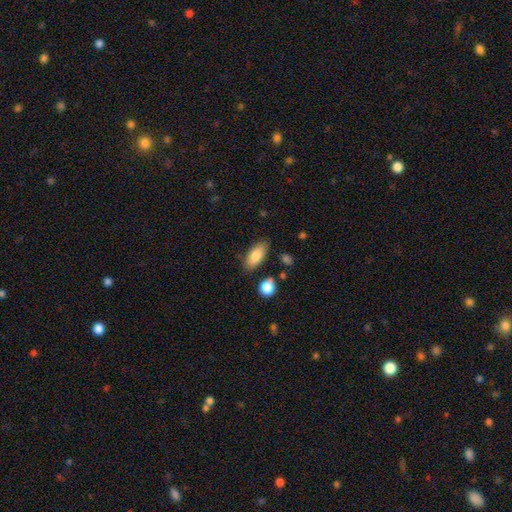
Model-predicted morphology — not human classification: Q: Smooth or featured?
A: smooth (84%); runner-up: featured or disk (9%)
Q: How rounded?
A: in between (86%); runner-up: cigar-shaped (11%)
Q: Merging?
A: none (81%); runner-up: minor disturbance (13%)